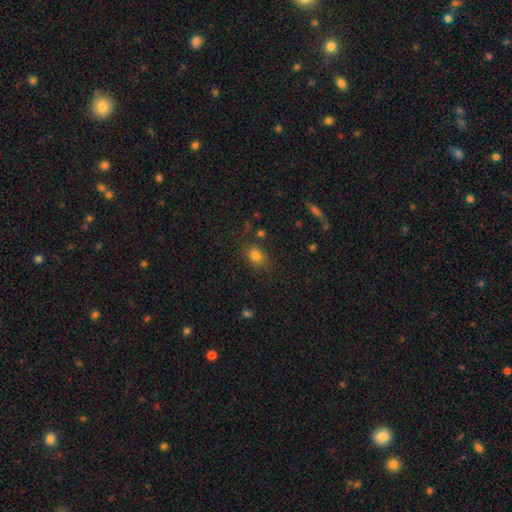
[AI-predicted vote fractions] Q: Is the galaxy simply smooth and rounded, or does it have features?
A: smooth — 79%.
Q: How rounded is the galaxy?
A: in between — 63%.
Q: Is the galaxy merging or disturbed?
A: none — 77%.